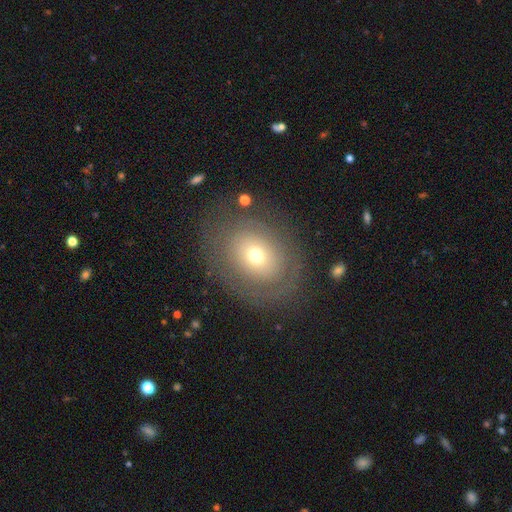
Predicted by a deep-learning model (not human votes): Overall: smooth (47%; featured or disk 42%). Merging: none (75%).